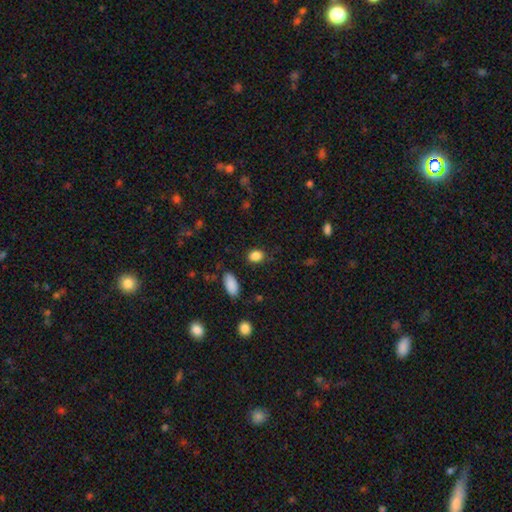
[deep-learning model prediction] Overall: smooth (86%). How rounded: in between (68%; round 30%). Merging: none (82%).